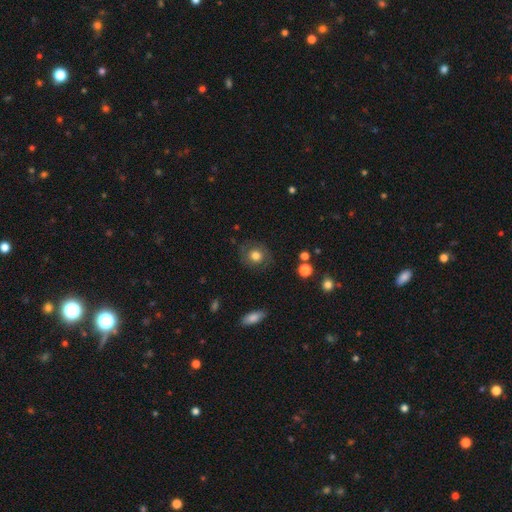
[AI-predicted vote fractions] Overall: smooth (69%). How rounded: round (83%). Merging: none (80%).